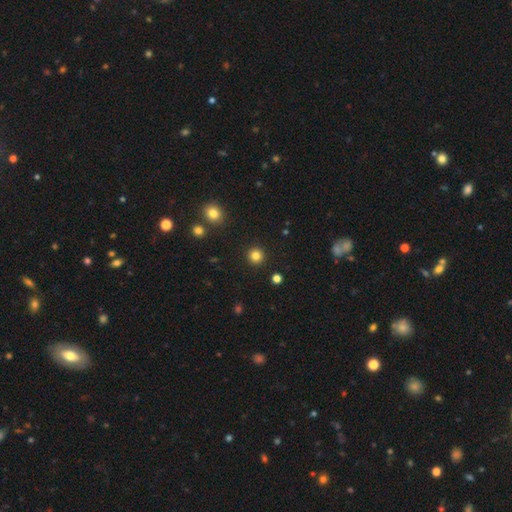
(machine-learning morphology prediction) A smooth galaxy with no disk features (83%) that is round (95%). Merging: none (93%).